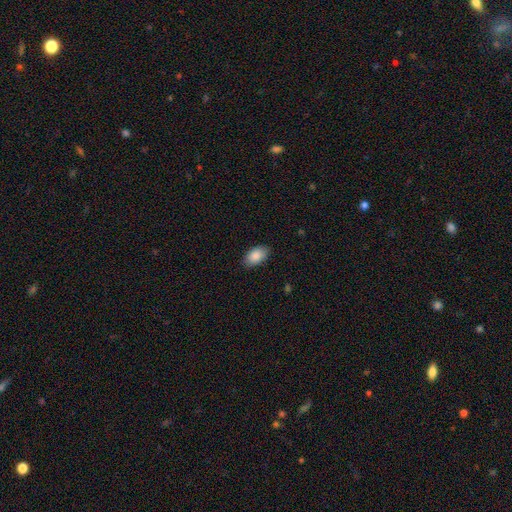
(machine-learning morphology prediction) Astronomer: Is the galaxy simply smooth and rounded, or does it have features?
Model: smooth — 89%.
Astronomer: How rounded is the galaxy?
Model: in between — 93%.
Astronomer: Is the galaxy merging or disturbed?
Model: none — 87%.